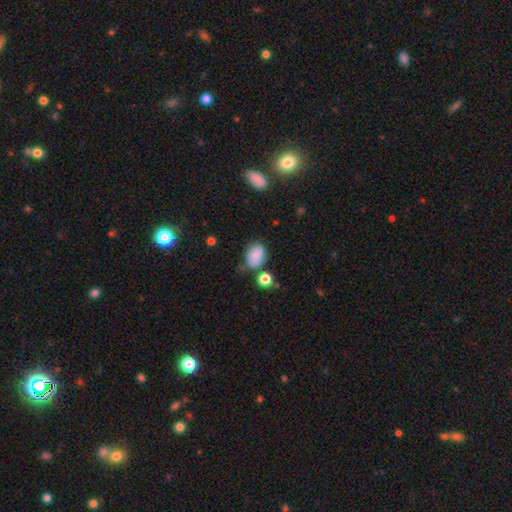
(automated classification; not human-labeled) Morphology: type=smooth (80%); roundness=in between (72%); merging=none (49%).